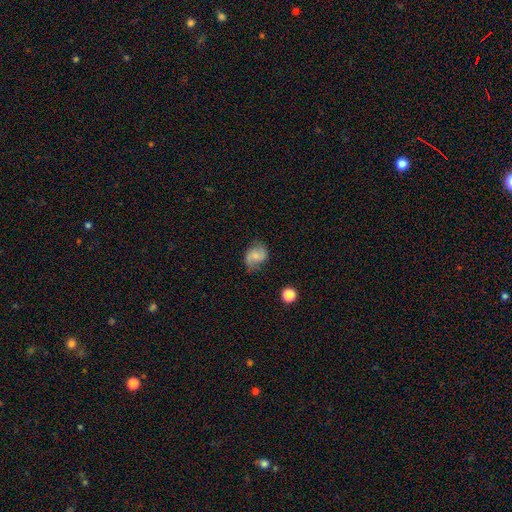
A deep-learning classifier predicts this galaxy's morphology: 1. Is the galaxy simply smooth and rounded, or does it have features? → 54% featured or disk, 37% smooth, 9% star or artifact.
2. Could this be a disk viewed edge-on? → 97% no, 3% yes.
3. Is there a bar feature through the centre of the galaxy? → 54% no, 37% weak, 9% strong.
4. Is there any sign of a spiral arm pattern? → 89% yes, 11% no.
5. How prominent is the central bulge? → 53% small, 30% moderate, 13% none, 2% large, 1% dominant.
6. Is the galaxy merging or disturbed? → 69% none, 22% minor disturbance, 7% major disturbance, 2% merger.